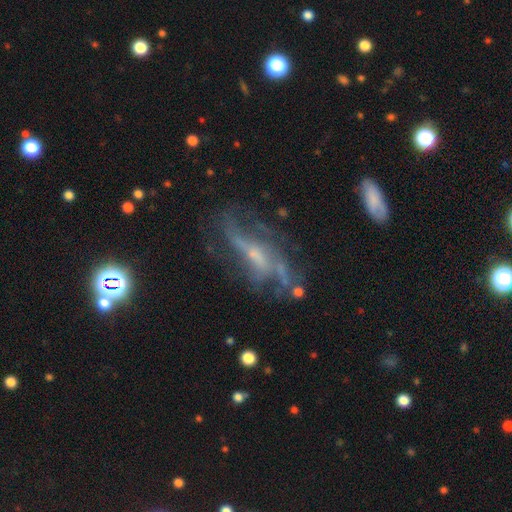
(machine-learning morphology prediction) Smooth or featured? featured or disk (76%)
Edge-on disk? no (80%)
Bar? no (46%)
Spiral arms? yes (74%)
Bulge size? small (56%)
Merging? none (53%)